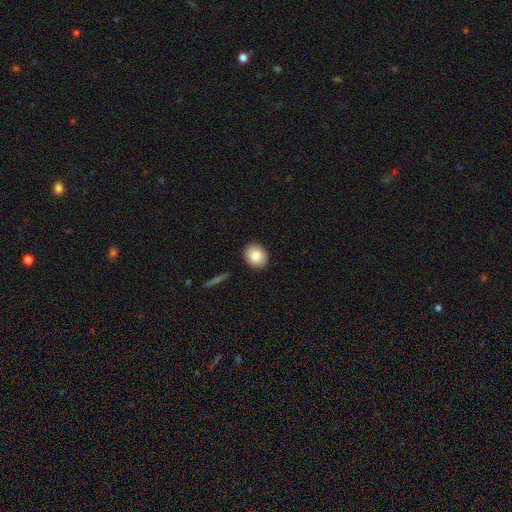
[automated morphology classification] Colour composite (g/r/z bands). It shows a smooth galaxy with no disk features (85%) that is round (53%). Merging: none (90%).